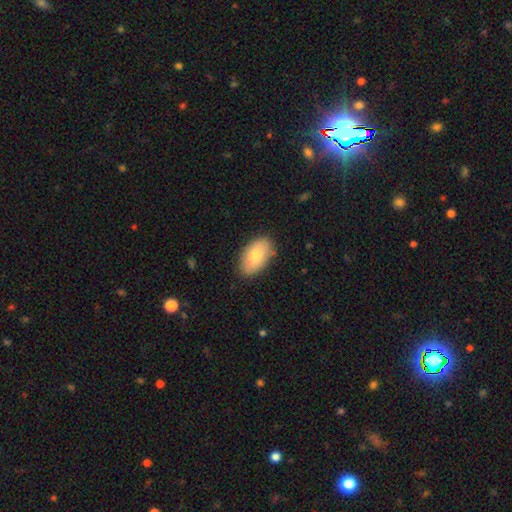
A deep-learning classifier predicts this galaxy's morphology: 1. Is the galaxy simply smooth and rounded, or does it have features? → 78% smooth, 16% featured or disk, 6% star or artifact.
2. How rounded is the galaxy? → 93% in between, 5% round, 2% cigar-shaped.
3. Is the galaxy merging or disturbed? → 82% none, 14% minor disturbance, 3% major disturbance, 1% merger.